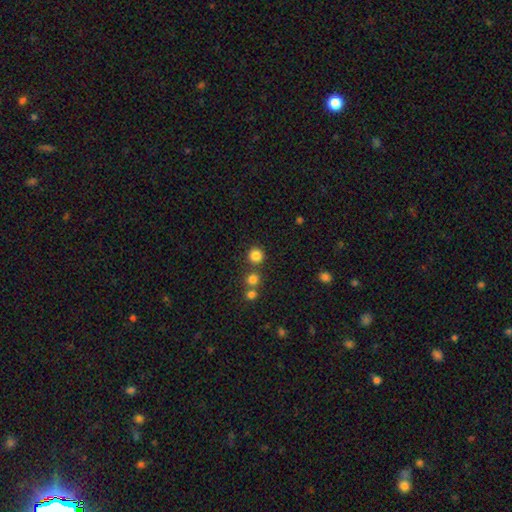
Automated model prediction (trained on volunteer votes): The model was most divided on "merging": none: 78%, merger: 13%, minor disturbance: 7%, major disturbance: 3%. More confident: how rounded — round (94%); smooth or featured — smooth (82%).